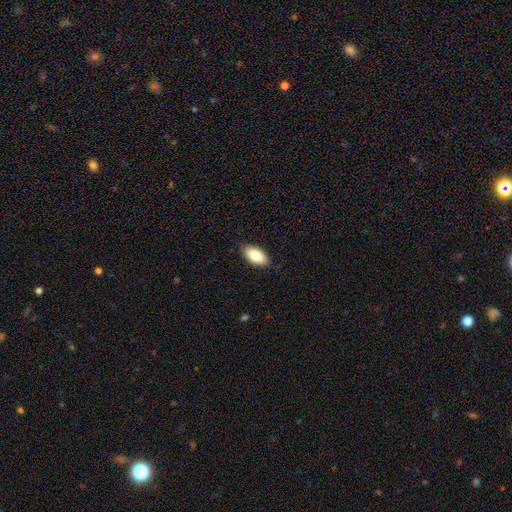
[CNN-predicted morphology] A smooth galaxy with no disk features (82%) that is in between round and cigar-shaped (93%).

Vote fractions:
- Smooth or featured? smooth: 82% / featured or disk: 11% / star or artifact: 7%
- How rounded? in between: 93% / cigar-shaped: 4% / round: 3%
- Merging? none: 86% / minor disturbance: 11% / major disturbance: 2% / merger: 1%